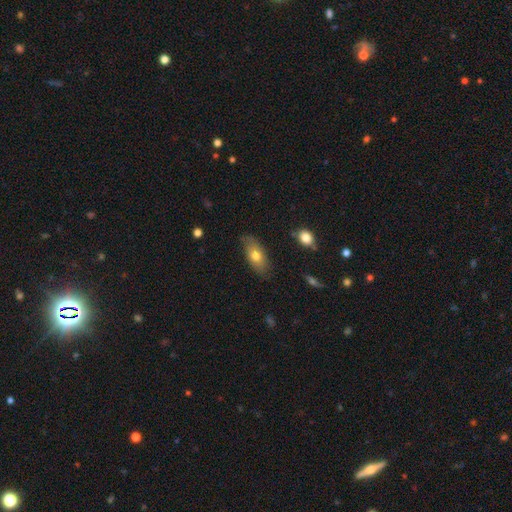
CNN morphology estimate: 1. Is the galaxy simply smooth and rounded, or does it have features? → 71% smooth, 22% featured or disk, 7% star or artifact.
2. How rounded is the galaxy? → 86% in between, 9% cigar-shaped, 5% round.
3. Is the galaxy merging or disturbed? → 77% none, 18% minor disturbance, 3% major disturbance, 2% merger.